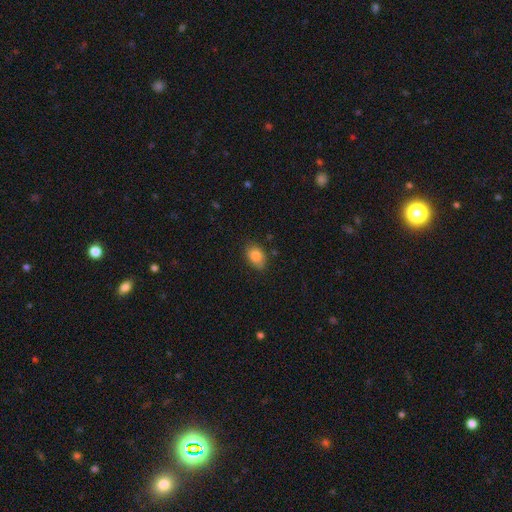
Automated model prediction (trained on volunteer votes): smooth_or_featured: smooth (p=0.84) [alt: star or artifact p=0.08]
how_rounded: in between (p=0.70) [alt: round p=0.29]
merging: none (p=0.75) [alt: minor disturbance p=0.19]